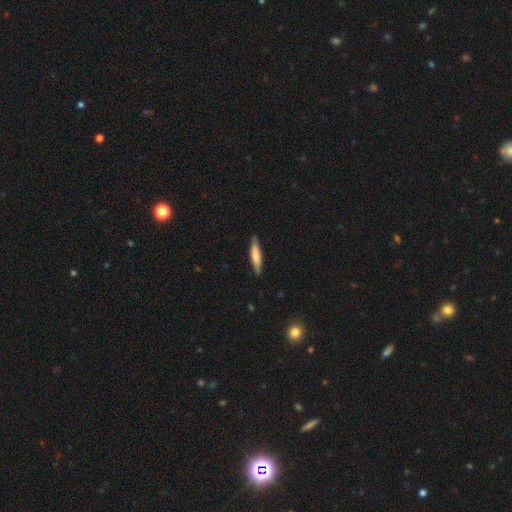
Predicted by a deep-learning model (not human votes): smooth 70%, featured or disk 25%, star or artifact 5%. Down the decision tree: how rounded — cigar-shaped (82%); merging — none (85%).